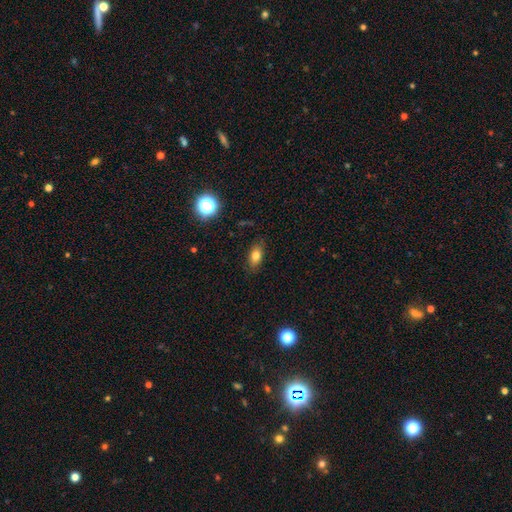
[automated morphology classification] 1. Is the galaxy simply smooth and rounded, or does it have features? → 78% smooth, 11% star or artifact, 11% featured or disk.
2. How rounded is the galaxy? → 83% in between, 11% round, 6% cigar-shaped.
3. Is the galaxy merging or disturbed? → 83% none, 12% minor disturbance, 3% major disturbance, 1% merger.